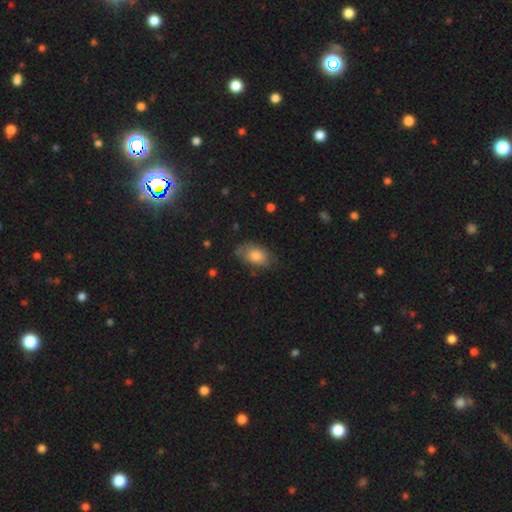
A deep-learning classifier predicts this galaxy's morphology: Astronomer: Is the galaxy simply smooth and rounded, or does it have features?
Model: smooth — 78%.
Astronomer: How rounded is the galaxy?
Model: in between — 88%.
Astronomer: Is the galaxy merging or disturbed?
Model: none — 67%.